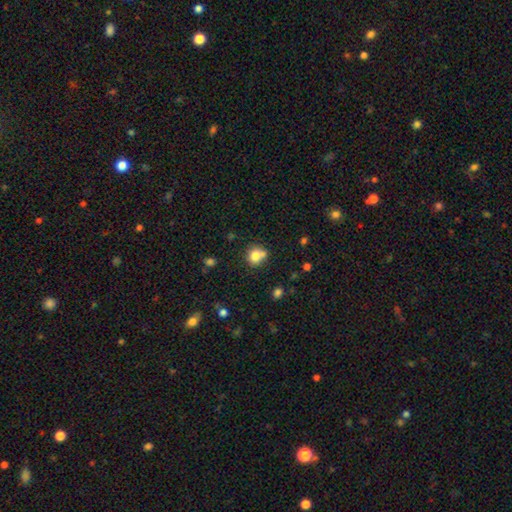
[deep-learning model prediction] smooth_or_featured: smooth (p=0.79) [alt: star or artifact p=0.11]
how_rounded: round (p=0.80) [alt: in between p=0.19]
merging: none (p=0.57) [alt: merger p=0.23]